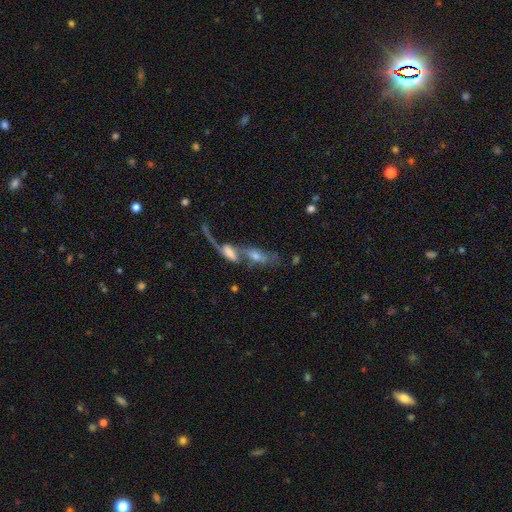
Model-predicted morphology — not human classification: A featured or disk galaxy (47%). Merging: merger (71%).